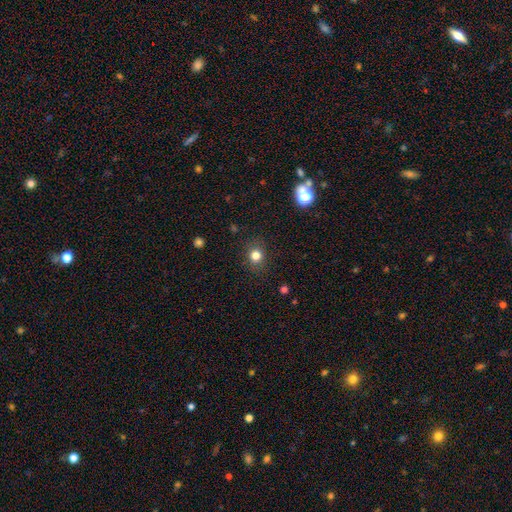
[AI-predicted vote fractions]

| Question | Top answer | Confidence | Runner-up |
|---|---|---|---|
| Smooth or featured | smooth | 81% | star or artifact (14%) |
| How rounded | round | 81% | in between (18%) |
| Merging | none | 87% | minor disturbance (9%) |